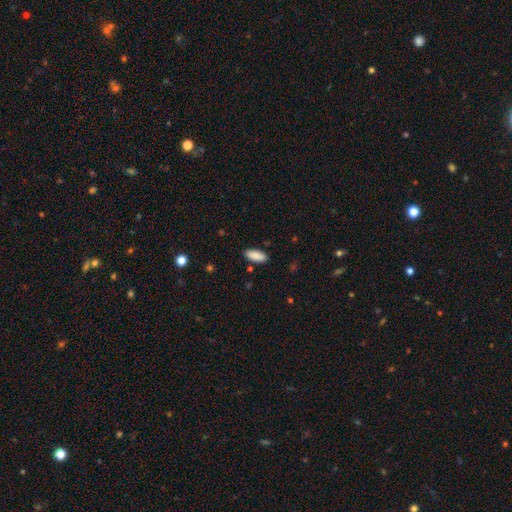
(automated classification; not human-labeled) Overall: smooth (90%). How rounded: in between (83%). Merging: none (87%).